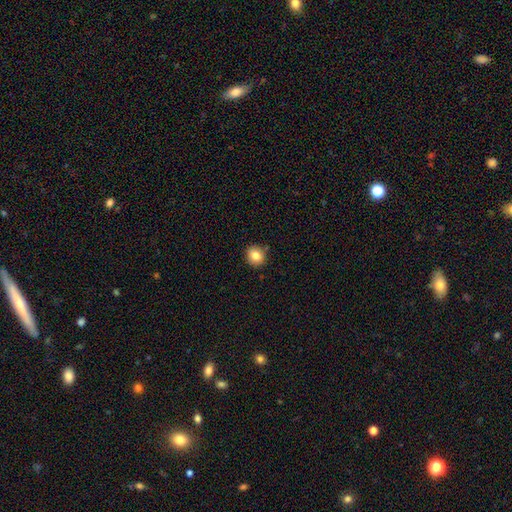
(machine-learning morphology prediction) smooth 82%, star or artifact 10%, featured or disk 8%. Down the decision tree: how rounded — round (84%); merging — none (87%).